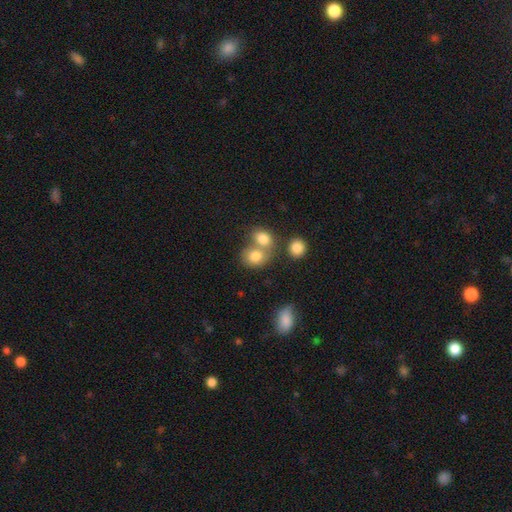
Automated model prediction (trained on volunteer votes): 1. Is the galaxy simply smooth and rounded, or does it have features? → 79% smooth, 11% featured or disk, 10% star or artifact.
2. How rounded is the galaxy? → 59% round, 40% in between, 1% cigar-shaped.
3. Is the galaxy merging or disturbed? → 52% merger, 36% none, 8% minor disturbance, 4% major disturbance.